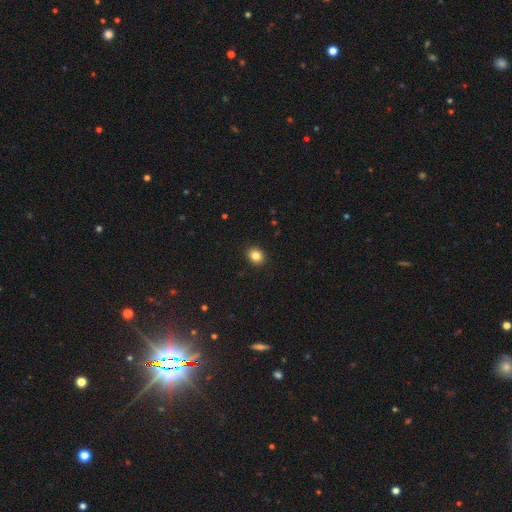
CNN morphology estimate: A smooth galaxy with no disk features (84%) that is round (59%). Merging: none (91%).